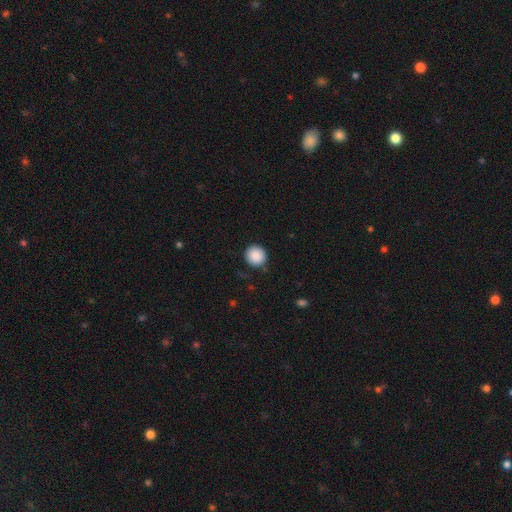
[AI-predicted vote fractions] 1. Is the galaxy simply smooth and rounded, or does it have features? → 89% smooth, 8% star or artifact, 3% featured or disk.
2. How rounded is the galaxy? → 94% round, 5% in between, 1% cigar-shaped.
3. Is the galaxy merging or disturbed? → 89% none, 8% minor disturbance, 2% major disturbance, 1% merger.